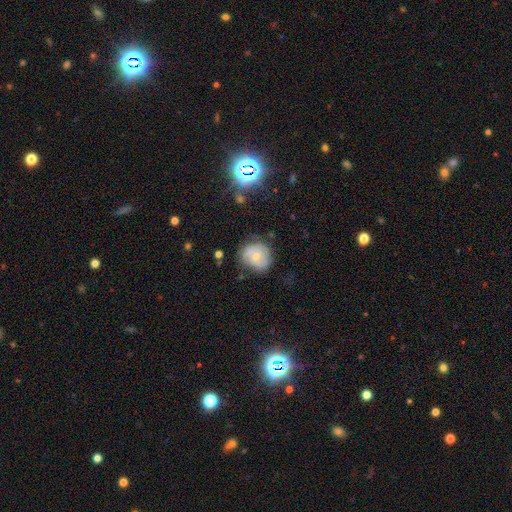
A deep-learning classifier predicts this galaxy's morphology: A smooth galaxy with no disk features (54%) that is round (78%). Merging: none (60%).